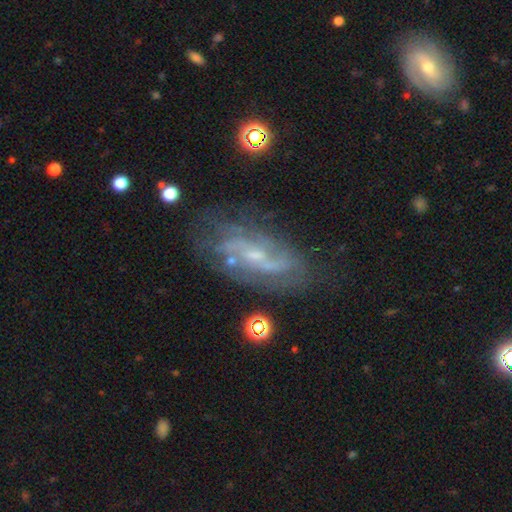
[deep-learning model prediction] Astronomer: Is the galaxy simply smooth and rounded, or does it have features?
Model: featured or disk — 79%.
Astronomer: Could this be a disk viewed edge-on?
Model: no — 92%.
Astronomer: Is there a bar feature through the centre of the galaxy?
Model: no — 47% (runner-up: weak, 41%).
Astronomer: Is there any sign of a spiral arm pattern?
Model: yes — 85%.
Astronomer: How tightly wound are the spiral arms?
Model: medium — 42% (runner-up: tight, 29%).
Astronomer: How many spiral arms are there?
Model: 2 — 44% (runner-up: can't tell, 34%).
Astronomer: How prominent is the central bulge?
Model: small — 69%.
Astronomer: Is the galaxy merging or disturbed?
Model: none — 64%.